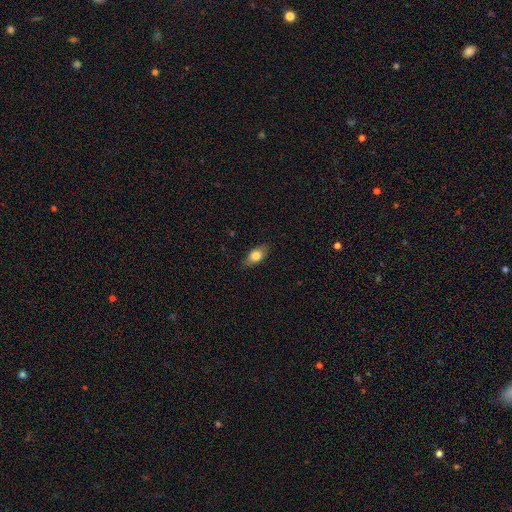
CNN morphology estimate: smooth-or-featured: smooth: 78% | featured or disk: 14% | star or artifact: 7%
  how-rounded: in between: 84% | round: 9% | cigar-shaped: 7%
  merging: none: 84% | minor disturbance: 12% | major disturbance: 3% | merger: 1%